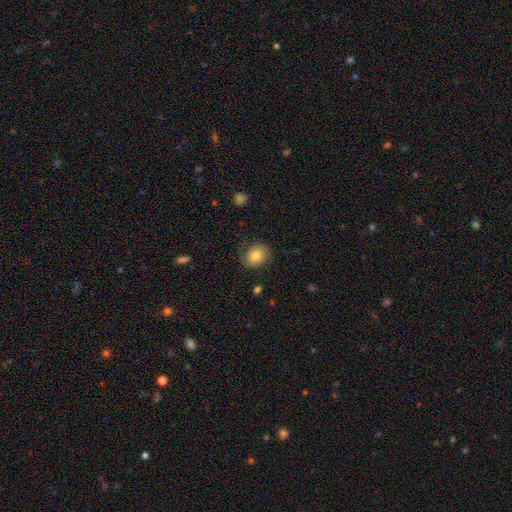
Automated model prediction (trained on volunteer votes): smooth_or_featured: smooth (p=0.70) [alt: featured or disk p=0.21]
how_rounded: round (p=0.63) [alt: in between p=0.36]
merging: none (p=0.76) [alt: minor disturbance p=0.17]